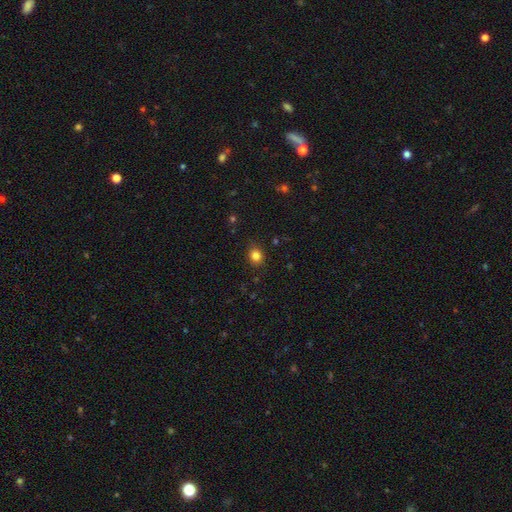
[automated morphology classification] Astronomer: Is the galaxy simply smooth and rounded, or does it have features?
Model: smooth — 83%.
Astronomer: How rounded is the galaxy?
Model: round — 65%.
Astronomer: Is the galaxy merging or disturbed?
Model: none — 85%.